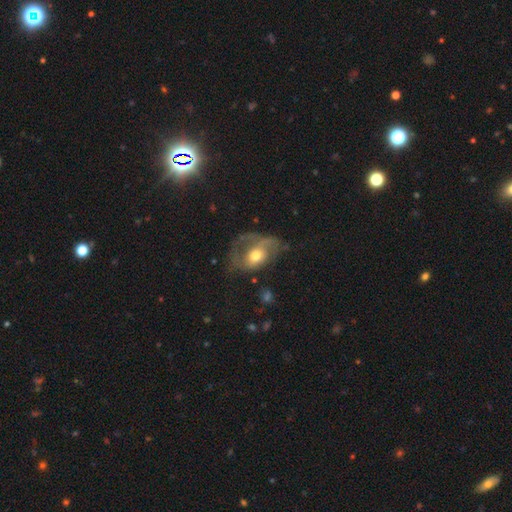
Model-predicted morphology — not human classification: Overall: featured or disk (55%; smooth 37%). Edge-on disk: no (95%). Bar: no (71%). Spiral arms: yes (61%; no 39%). Bulge size: moderate (70%). Merging: major disturbance (38%; none 33%).